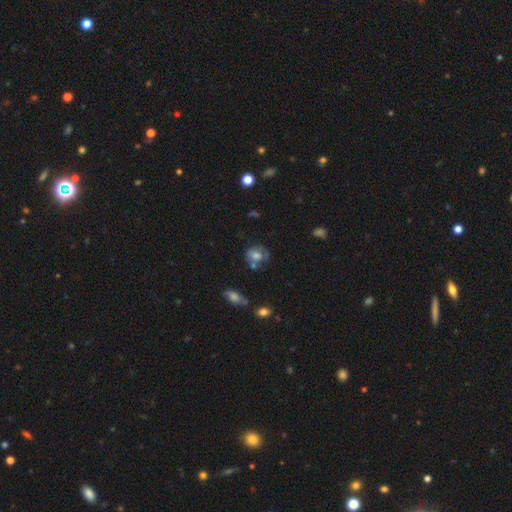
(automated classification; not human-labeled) smooth-or-featured: smooth: 62% | featured or disk: 27% | star or artifact: 11%
  how-rounded: round: 59% | in between: 40% | cigar-shaped: 1%
  merging: none: 50% | minor disturbance: 25% | merger: 15% | major disturbance: 11%